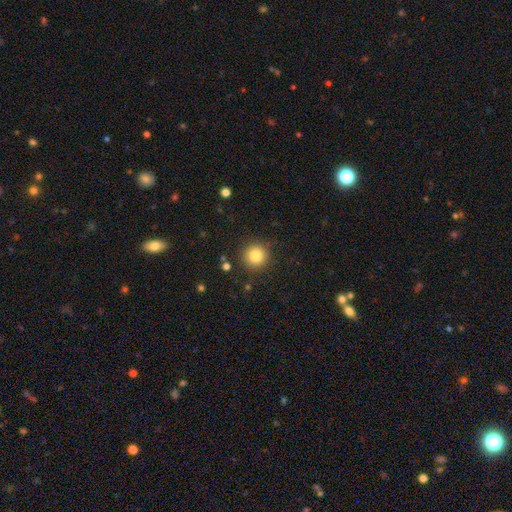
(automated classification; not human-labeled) Q: Smooth or featured?
A: smooth (83%); runner-up: star or artifact (11%)
Q: How rounded?
A: round (94%); runner-up: in between (5%)
Q: Merging?
A: none (88%); runner-up: minor disturbance (7%)